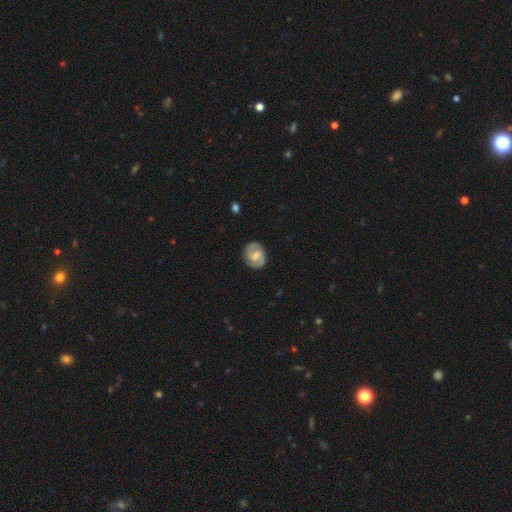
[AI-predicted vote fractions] Smooth or featured? Predicted: featured or disk (p=0.82). Edge-on disk? Predicted: no (p=0.98). Bar? Predicted: weak (p=0.54). Spiral arms? Predicted: yes (p=0.96). Spiral winding? Predicted: medium (p=0.48). Spiral arm count? Predicted: 2 (p=0.92). Bulge size? Predicted: moderate (p=0.33). Merging? Predicted: none (p=0.85).